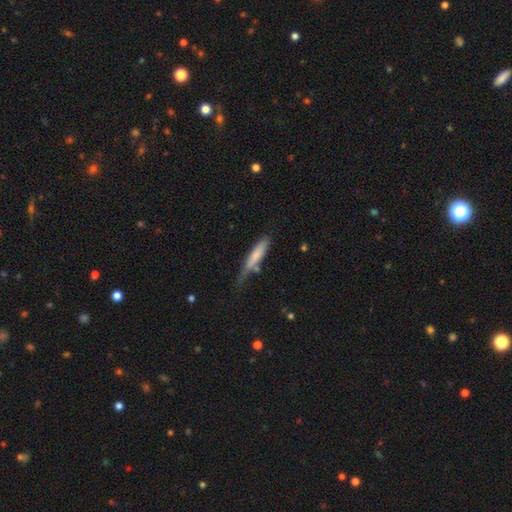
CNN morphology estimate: smooth_or_featured: smooth (p=0.71) [alt: featured or disk p=0.23]
how_rounded: cigar-shaped (p=0.81) [alt: in between p=0.18]
merging: none (p=0.46) [alt: minor disturbance p=0.32]